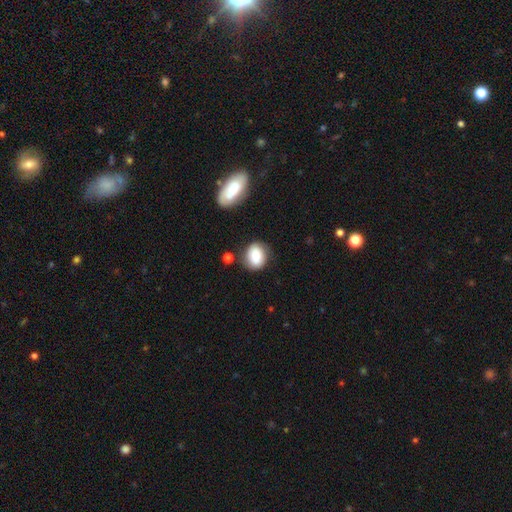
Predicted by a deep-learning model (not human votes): This is likely a smooth galaxy (78%). How rounded: possibly round (55%). Merging: likely none (75%).